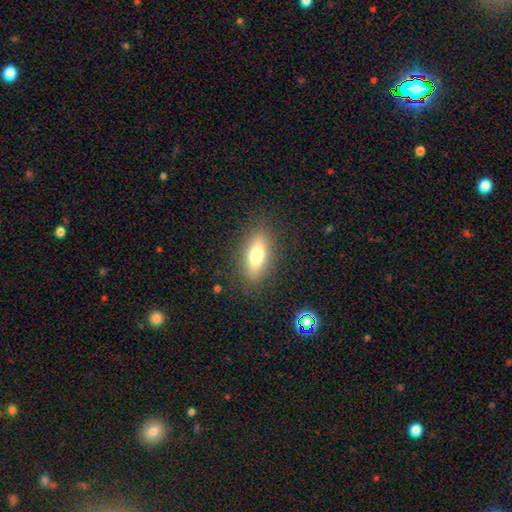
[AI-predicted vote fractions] The model was most divided on "smooth or featured": smooth: 67%, featured or disk: 24%, star or artifact: 9%. More confident: merging — none (86%); how rounded — in between (69%).